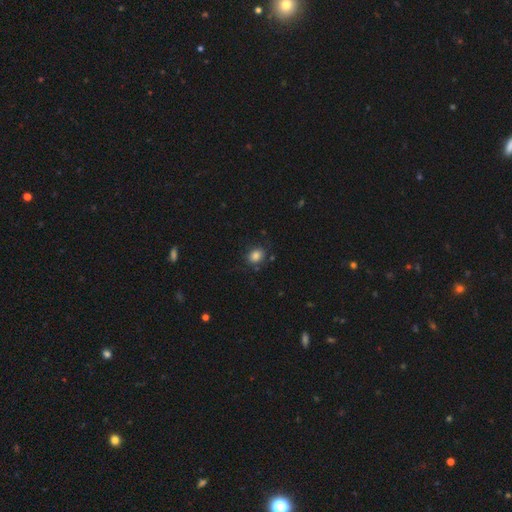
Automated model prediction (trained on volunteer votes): Morphology: type=smooth (83%); roundness=round (57%); merging=none (82%).